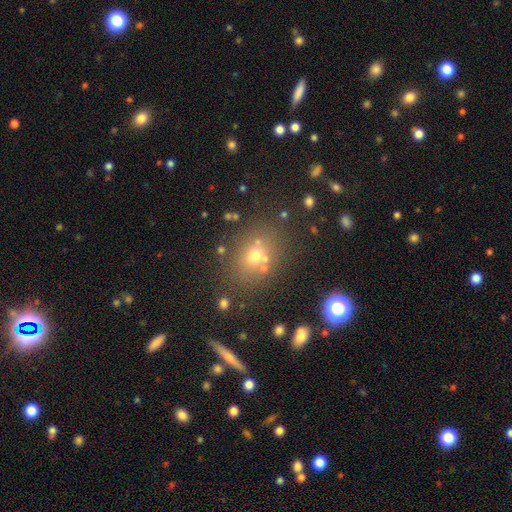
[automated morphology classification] This is possibly a smooth galaxy (59%). How rounded: possibly round (57%). Merging: likely none (67%).